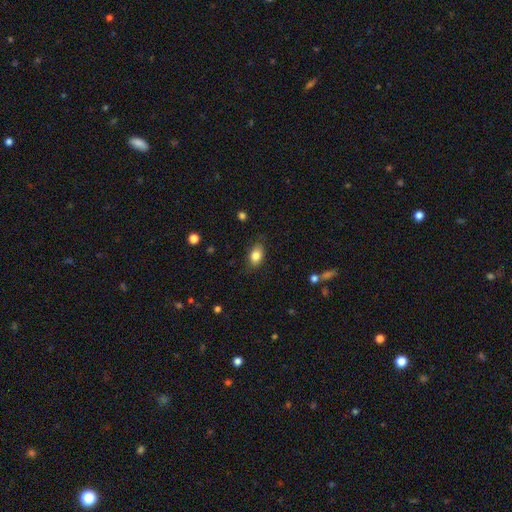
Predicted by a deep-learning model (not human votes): Smooth or featured: smooth — 83% (featured or disk — 9%)
How rounded: in between — 86% (round — 12%)
Merging: none — 81% (minor disturbance — 14%)